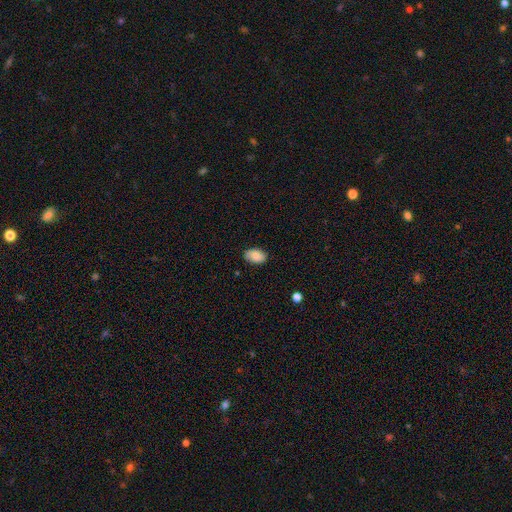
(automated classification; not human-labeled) This appears to be a smooth galaxy with no disk features (81%) that is in between round and cigar-shaped (90%). Merging: none (80%).